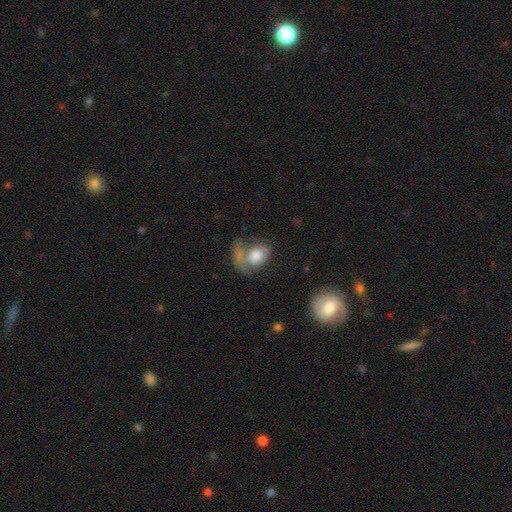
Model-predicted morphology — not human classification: smooth 69%, featured or disk 23%, star or artifact 8%. Down the decision tree: how rounded — in between (60%); merging — merger (35%).